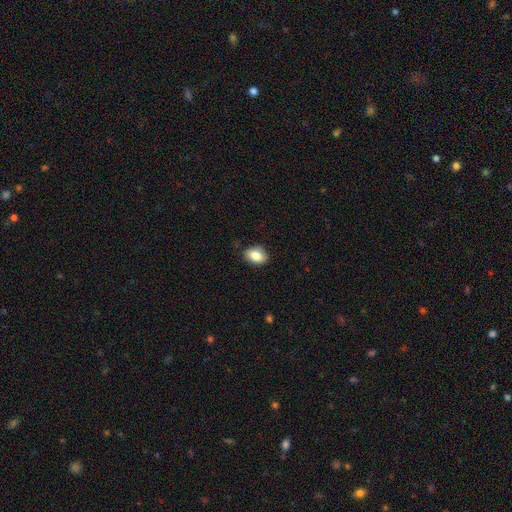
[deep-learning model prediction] smooth 84%, featured or disk 8%, star or artifact 8%. Down the decision tree: how rounded — in between (81%); merging — none (82%).